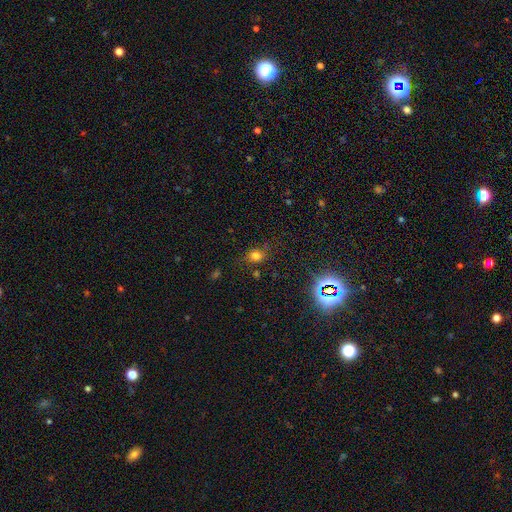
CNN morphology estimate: smooth_or_featured: smooth (p=0.73) [alt: star or artifact p=0.20]
how_rounded: round (p=0.64) [alt: in between p=0.34]
merging: none (p=0.74) [alt: minor disturbance p=0.17]